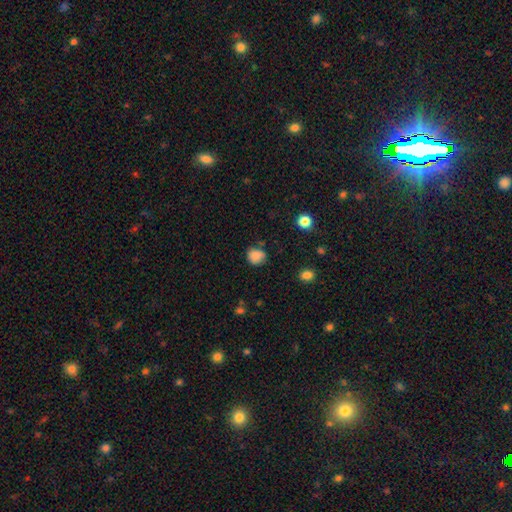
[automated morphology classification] Smooth or featured? Predicted: smooth (p=0.84). How rounded? Predicted: round (p=0.73). Merging? Predicted: none (p=0.69).